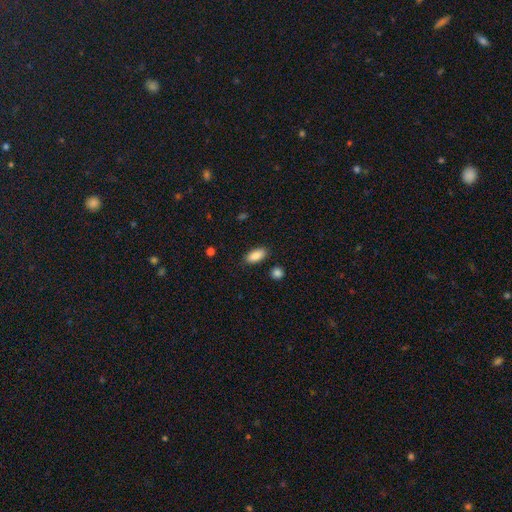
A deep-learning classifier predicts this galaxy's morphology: Q: Smooth or featured?
A: smooth (88%); runner-up: star or artifact (7%)
Q: How rounded?
A: in between (89%); runner-up: cigar-shaped (8%)
Q: Merging?
A: none (85%); runner-up: minor disturbance (10%)